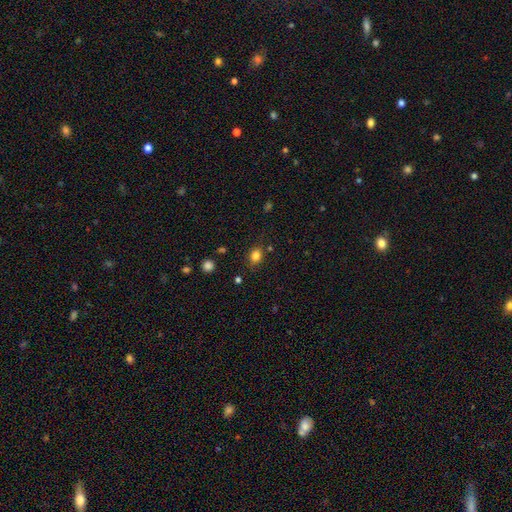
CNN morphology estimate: Q: Smooth or featured?
A: smooth (82%); runner-up: star or artifact (12%)
Q: How rounded?
A: round (51%); runner-up: in between (48%)
Q: Merging?
A: none (80%); runner-up: minor disturbance (14%)